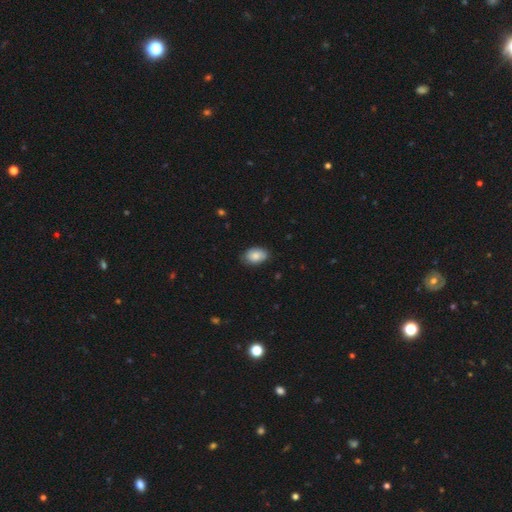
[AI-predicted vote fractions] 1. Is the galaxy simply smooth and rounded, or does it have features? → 84% smooth, 10% featured or disk, 7% star or artifact.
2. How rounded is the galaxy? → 87% in between, 12% round, 1% cigar-shaped.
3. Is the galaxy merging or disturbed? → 79% none, 18% minor disturbance, 3% major disturbance, 1% merger.